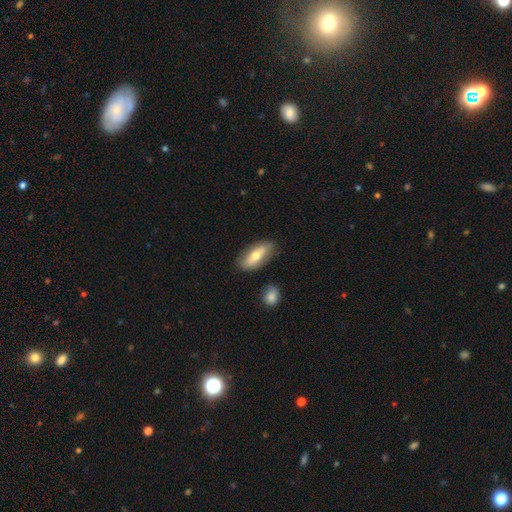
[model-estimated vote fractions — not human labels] Q: Smooth or featured?
A: smooth (62%); runner-up: featured or disk (32%)
Q: How rounded?
A: in between (78%); runner-up: cigar-shaped (19%)
Q: Merging?
A: none (80%); runner-up: minor disturbance (13%)